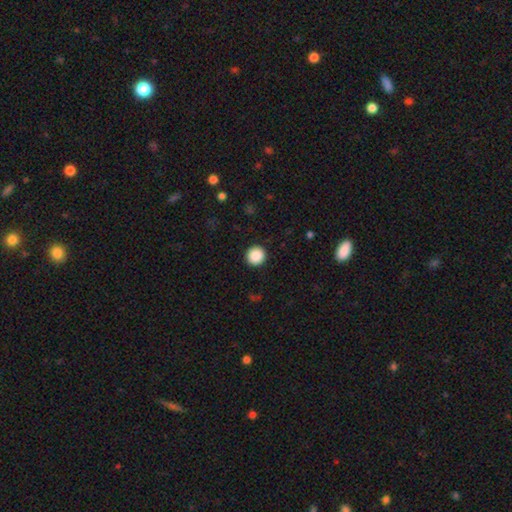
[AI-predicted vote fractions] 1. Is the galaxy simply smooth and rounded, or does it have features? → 89% smooth, 9% star or artifact, 3% featured or disk.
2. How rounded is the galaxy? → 95% round, 4% in between, 1% cigar-shaped.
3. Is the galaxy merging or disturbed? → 93% none, 5% minor disturbance, 2% major disturbance, 1% merger.